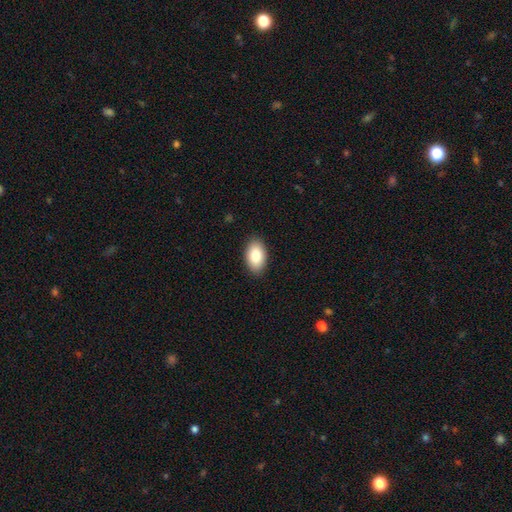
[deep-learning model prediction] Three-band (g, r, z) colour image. It shows a smooth galaxy with no disk features (84%) that is in between round and cigar-shaped (93%). Merging: none (89%).